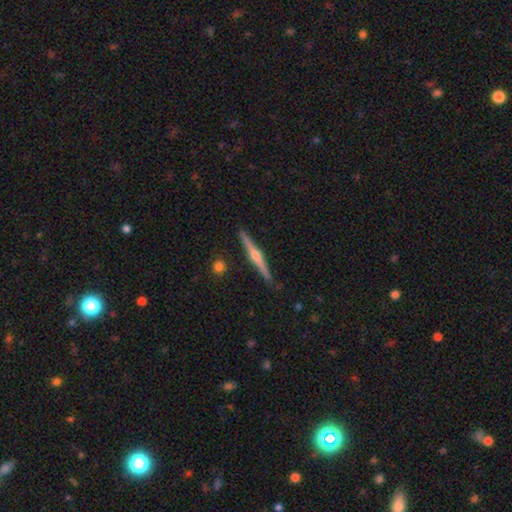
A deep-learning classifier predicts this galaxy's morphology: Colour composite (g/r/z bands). It shows a featured or disk galaxy (80%) viewed edge-on (99%) with a rounded central bulge (92%). Merging: none (91%).